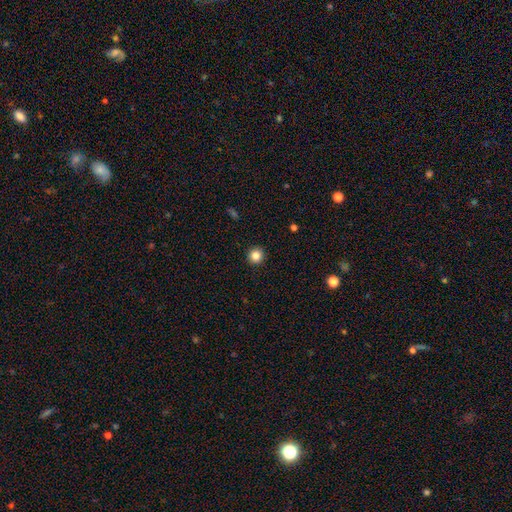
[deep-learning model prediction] A smooth galaxy with no disk features (84%) that is round (95%).

Vote fractions:
- Smooth or featured? smooth: 84% / star or artifact: 11% / featured or disk: 5%
- How rounded? round: 95% / in between: 4% / cigar-shaped: 1%
- Merging? none: 93% / minor disturbance: 4% / major disturbance: 1% / merger: 1%